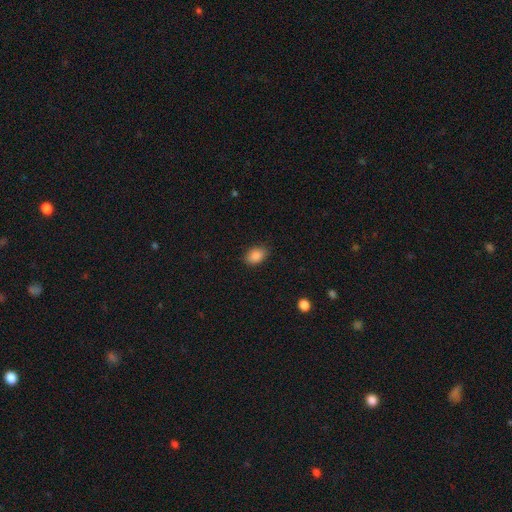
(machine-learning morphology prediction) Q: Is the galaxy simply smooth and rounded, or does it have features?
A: smooth — 87%.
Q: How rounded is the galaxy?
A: in between — 78%.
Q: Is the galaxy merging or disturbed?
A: none — 83%.